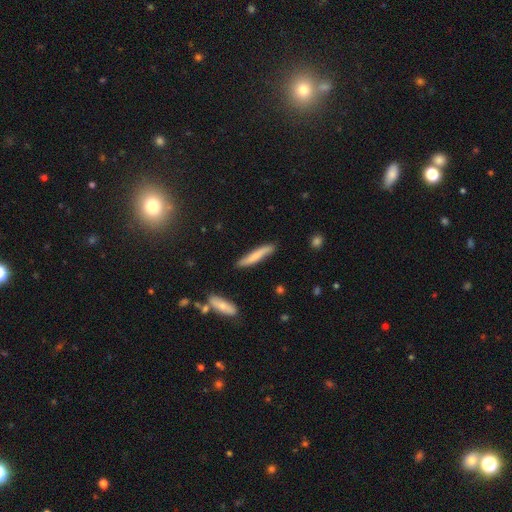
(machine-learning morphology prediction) Smooth or featured? smooth (67%)
How rounded? cigar-shaped (91%)
Merging? none (81%)